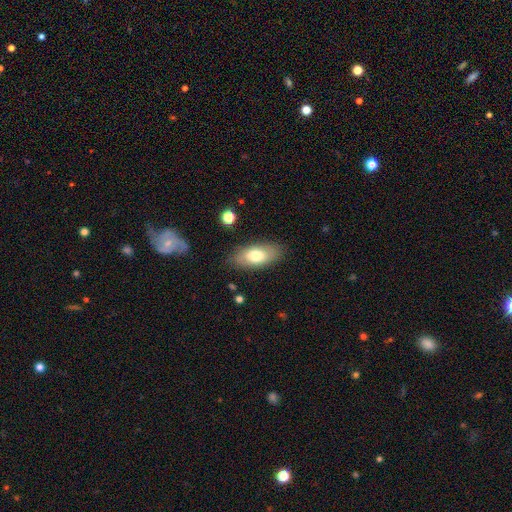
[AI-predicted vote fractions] Q: Smooth or featured?
A: smooth (74%); runner-up: featured or disk (19%)
Q: How rounded?
A: in between (87%); runner-up: cigar-shaped (10%)
Q: Merging?
A: none (83%); runner-up: minor disturbance (12%)